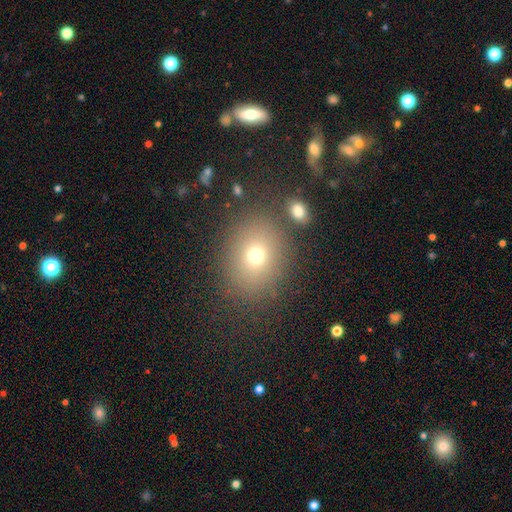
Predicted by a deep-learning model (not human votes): The model was most divided on "how rounded": round: 58%, in between: 41%, cigar-shaped: 1%. More confident: merging — none (80%); smooth or featured — smooth (70%).